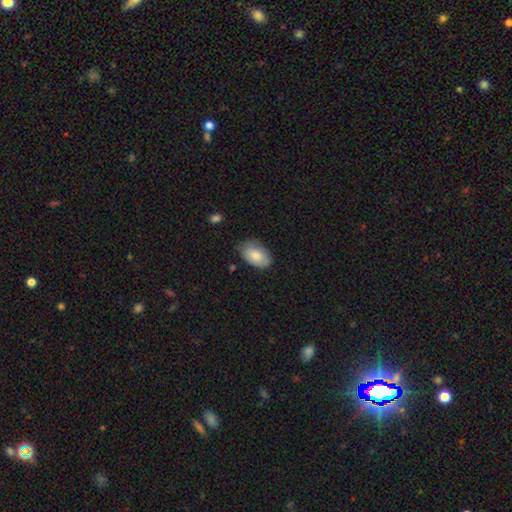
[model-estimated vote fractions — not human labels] Smooth or featured? Predicted: smooth (p=0.82). How rounded? Predicted: in between (p=0.93). Merging? Predicted: none (p=0.68).